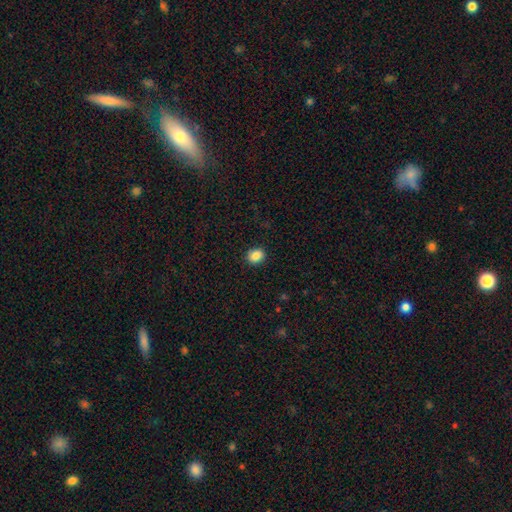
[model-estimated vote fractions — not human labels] Smooth or featured?
  - smooth: 86% *
  - star or artifact: 10%
  - featured or disk: 4%
How rounded?
  - round: 69% *
  - in between: 31%
  - cigar-shaped: 1%
Merging?
  - none: 91% *
  - minor disturbance: 6%
  - major disturbance: 2%
  - merger: 1%